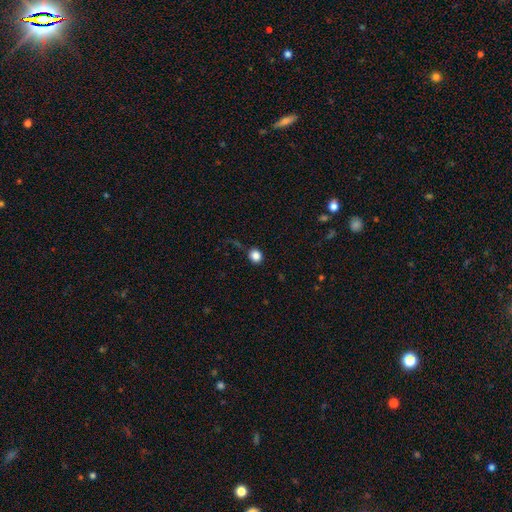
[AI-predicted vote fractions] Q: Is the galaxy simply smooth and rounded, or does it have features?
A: smooth — 85%.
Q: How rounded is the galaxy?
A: round — 81%.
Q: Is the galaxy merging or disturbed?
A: none — 84%.